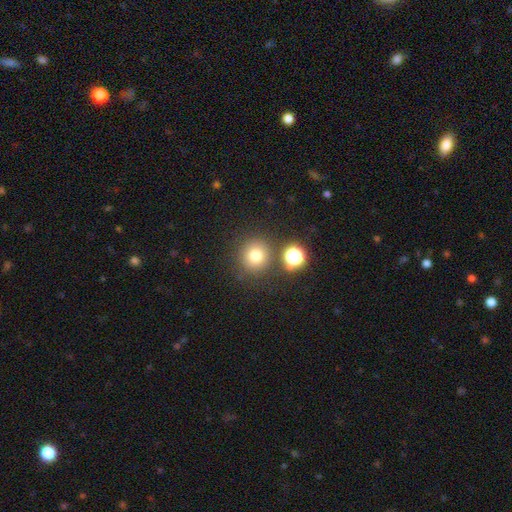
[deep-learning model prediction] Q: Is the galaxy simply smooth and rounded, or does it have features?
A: smooth — 76%.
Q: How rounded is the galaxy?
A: round — 93%.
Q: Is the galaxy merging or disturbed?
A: none — 82%.